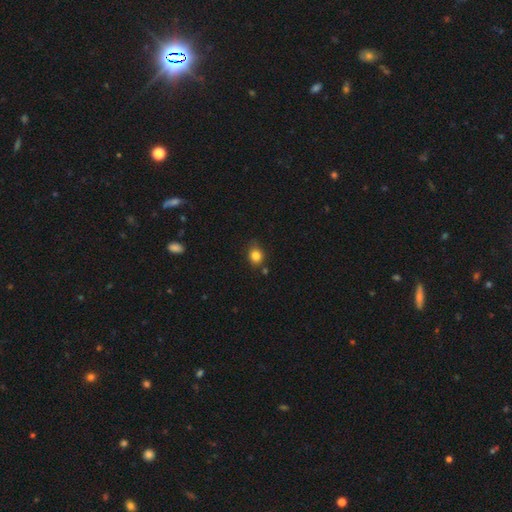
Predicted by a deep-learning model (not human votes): This is clearly a smooth galaxy (83%). How rounded: likely round (66%). Merging: likely none (74%).